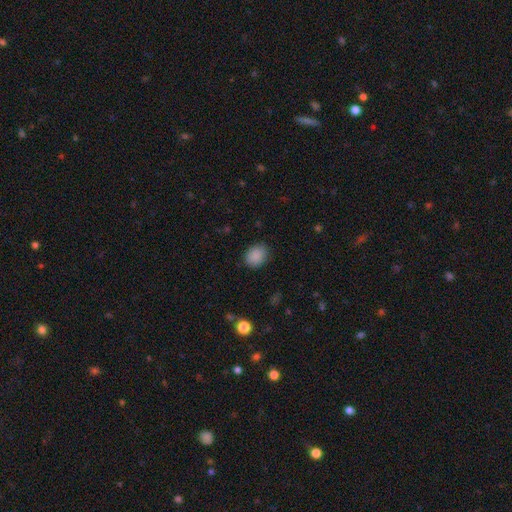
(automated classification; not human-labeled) Smooth or featured: smooth — 88% (star or artifact — 9%)
How rounded: in between — 50% (round — 49%)
Merging: none — 84% (minor disturbance — 12%)